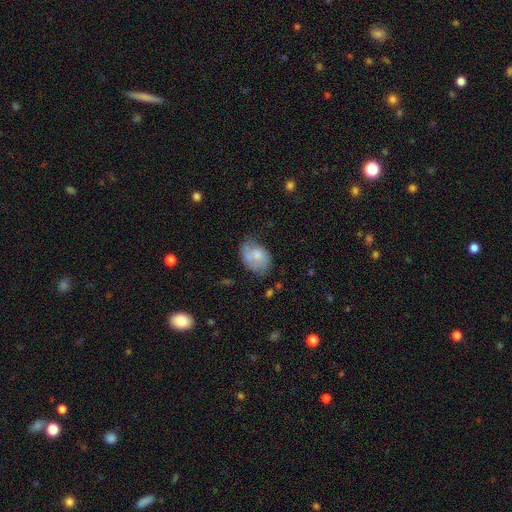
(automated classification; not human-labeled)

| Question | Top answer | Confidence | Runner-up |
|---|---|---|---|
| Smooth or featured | smooth | 58% | featured or disk (34%) |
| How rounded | in between | 79% | round (20%) |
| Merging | none | 44% | minor disturbance (34%) |